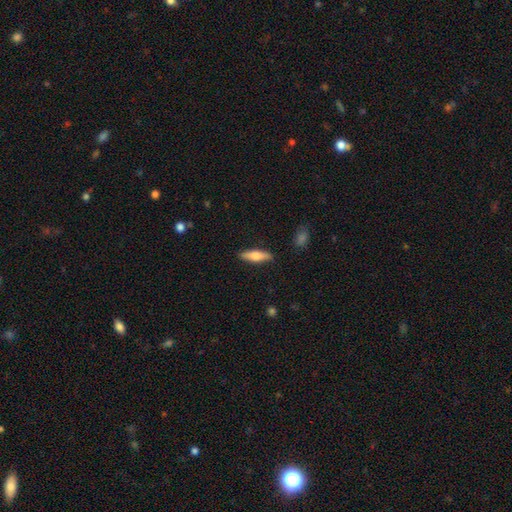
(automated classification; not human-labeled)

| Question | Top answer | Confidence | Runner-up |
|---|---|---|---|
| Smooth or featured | smooth | 63% | featured or disk (31%) |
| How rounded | cigar-shaped | 60% | in between (38%) |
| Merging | none | 88% | minor disturbance (9%) |